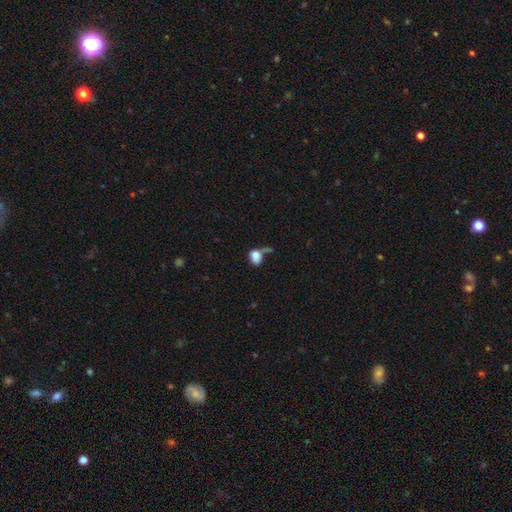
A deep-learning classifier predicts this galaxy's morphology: smooth-or-featured: smooth: 76% | featured or disk: 14% | star or artifact: 9%
  how-rounded: in between: 66% | round: 32% | cigar-shaped: 2%
  merging: none: 30% | merger: 28% | major disturbance: 21% | minor disturbance: 21%